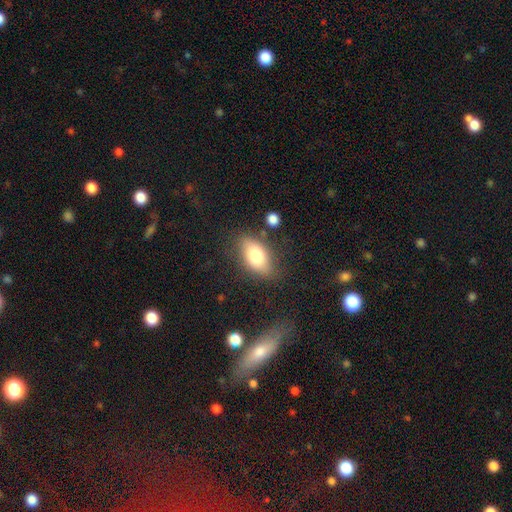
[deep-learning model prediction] Smooth or featured? Predicted: smooth (p=0.74). How rounded? Predicted: in between (p=0.89). Merging? Predicted: none (p=0.75).